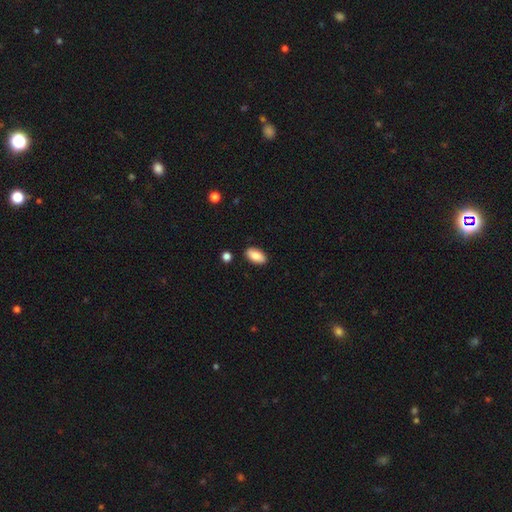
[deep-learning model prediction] smooth_or_featured: smooth (p=0.84) [alt: featured or disk p=0.09]
how_rounded: in between (p=0.91) [alt: cigar-shaped p=0.06]
merging: none (p=0.87) [alt: minor disturbance p=0.09]